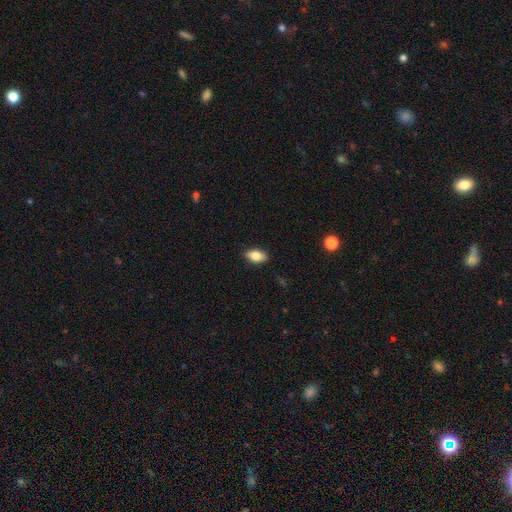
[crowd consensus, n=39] Volunteers were most divided on "smooth or featured": smooth: 67%, featured or disk: 28%, star or artifact: 5%. More confident: how rounded — in between (96%); merging — none (78%).